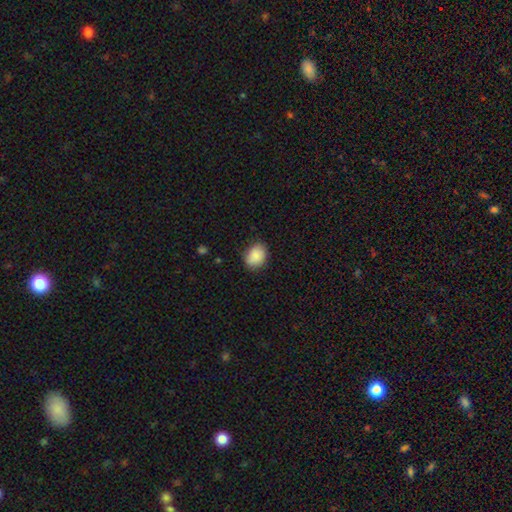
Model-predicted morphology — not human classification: Smooth or featured: smooth — 87% (star or artifact — 7%)
How rounded: in between — 56% (round — 43%)
Merging: none — 79% (minor disturbance — 17%)